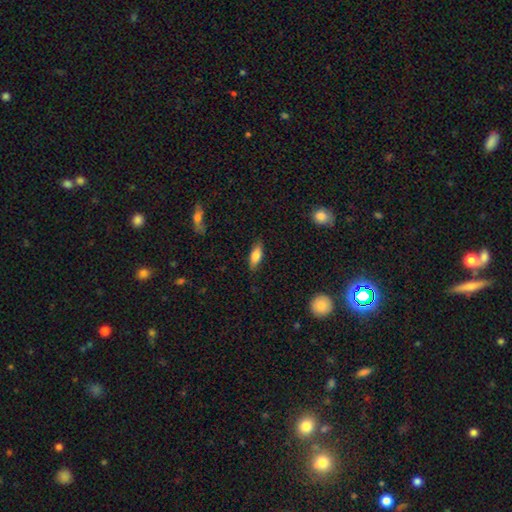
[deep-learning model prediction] Overall: smooth (76%). How rounded: in between (72%). Merging: none (84%).